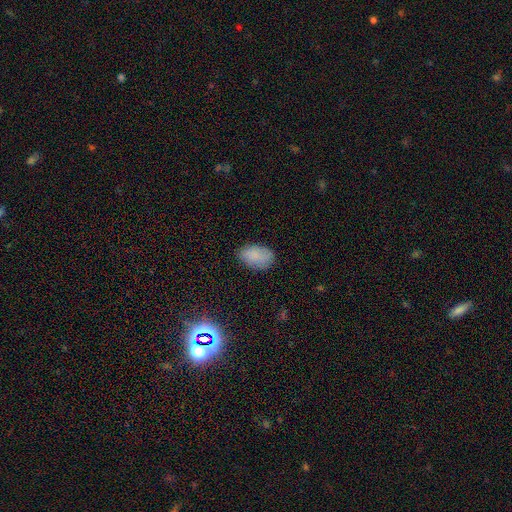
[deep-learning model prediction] Q: Smooth or featured?
A: smooth (84%); runner-up: star or artifact (10%)
Q: How rounded?
A: in between (91%); runner-up: round (8%)
Q: Merging?
A: none (78%); runner-up: minor disturbance (17%)